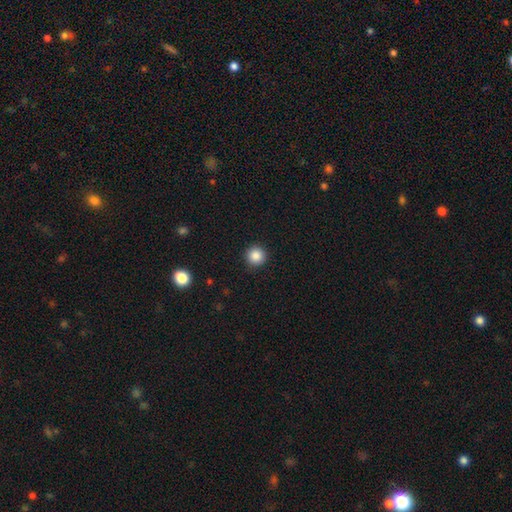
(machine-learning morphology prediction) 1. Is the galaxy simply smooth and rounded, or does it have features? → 87% smooth, 10% star or artifact, 3% featured or disk.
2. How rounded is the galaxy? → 95% round, 4% in between, 1% cigar-shaped.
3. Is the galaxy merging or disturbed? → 92% none, 5% minor disturbance, 2% major disturbance, 1% merger.